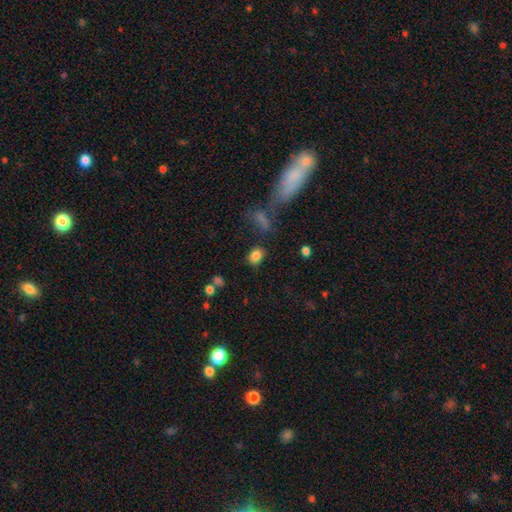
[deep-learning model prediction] Smooth or featured? smooth (84%)
How rounded? in between (65%)
Merging? none (77%)